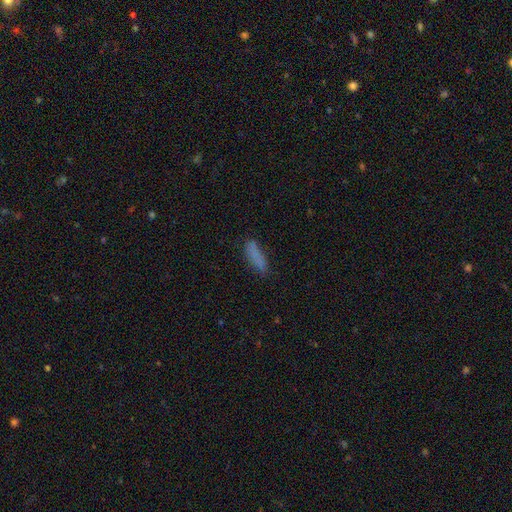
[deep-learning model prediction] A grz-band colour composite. It shows a smooth galaxy with no disk features (82%) that is cigar-shaped (69%). Merging: none (76%).